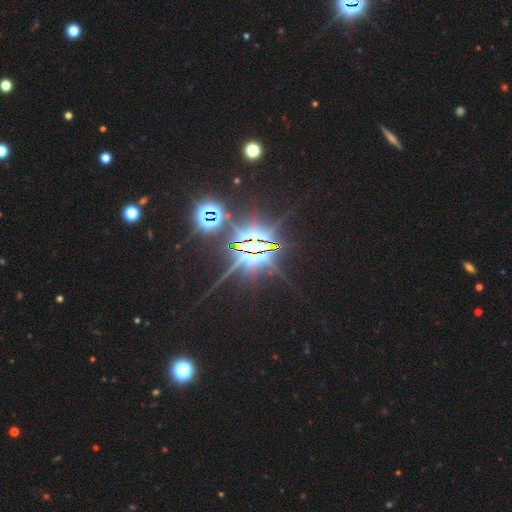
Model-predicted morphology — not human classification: Q: Smooth or featured?
A: star or artifact (86%); runner-up: featured or disk (8%)